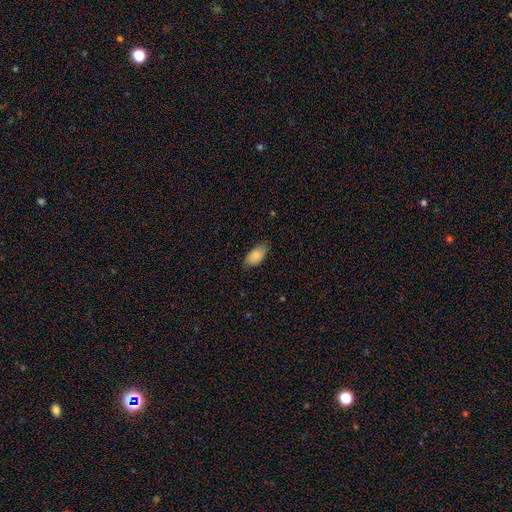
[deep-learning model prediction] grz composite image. It shows a smooth galaxy with no disk features (84%) that is in between round and cigar-shaped (94%). Merging: none (76%).